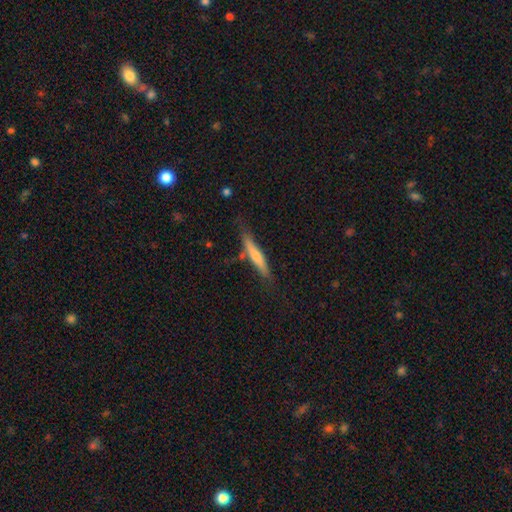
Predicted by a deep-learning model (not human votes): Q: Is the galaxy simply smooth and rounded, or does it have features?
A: smooth — 56%.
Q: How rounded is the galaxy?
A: cigar-shaped — 90%.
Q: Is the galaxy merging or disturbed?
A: none — 73%.